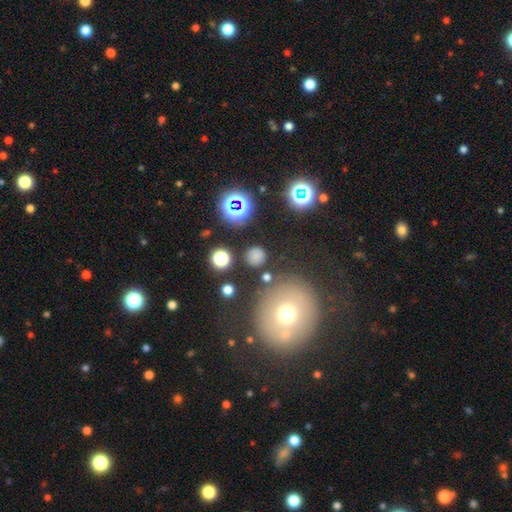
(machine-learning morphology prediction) type=smooth (69%); roundness=round (91%); merging=none (84%).